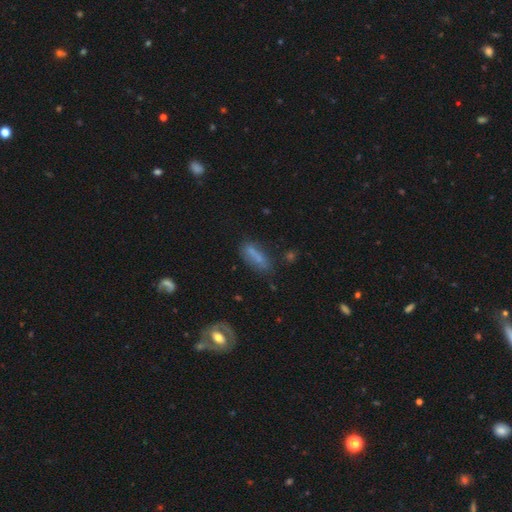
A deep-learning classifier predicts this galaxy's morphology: Overall: smooth (68%). How rounded: cigar-shaped (48%, tied with in between). Merging: none (64%).